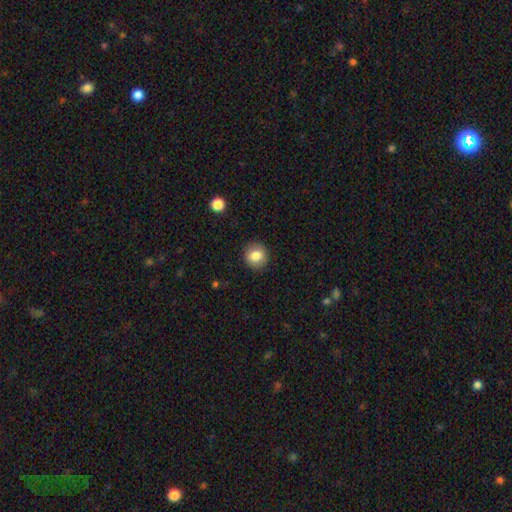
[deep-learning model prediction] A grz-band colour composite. It shows a smooth galaxy with no disk features (83%) that is round (87%). Merging: none (90%).